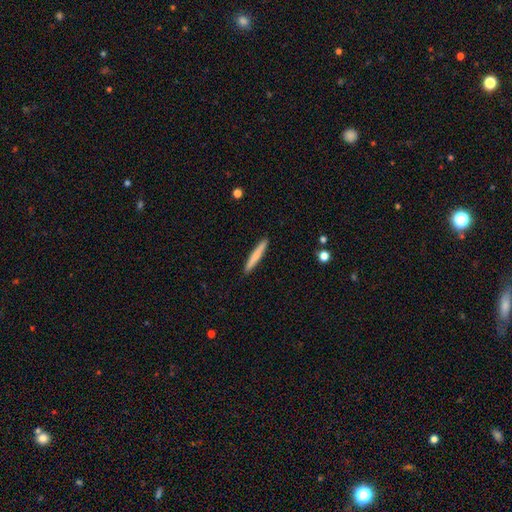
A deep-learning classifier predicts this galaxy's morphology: Smooth or featured?
  - smooth: 70% *
  - featured or disk: 25%
  - star or artifact: 5%
How rounded?
  - cigar-shaped: 95% *
  - in between: 3%
  - round: 1%
Merging?
  - none: 92% *
  - minor disturbance: 6%
  - major disturbance: 1%
  - merger: 1%